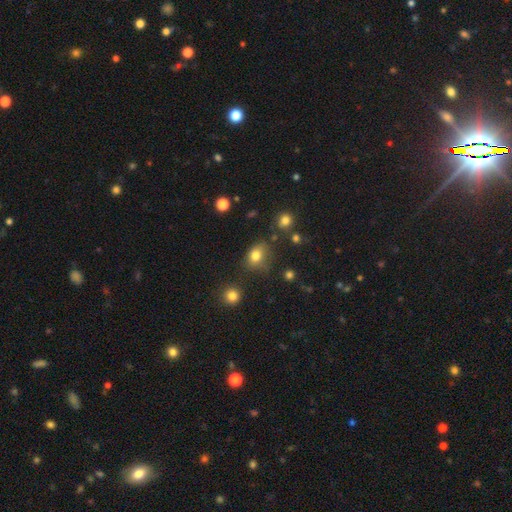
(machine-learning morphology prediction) This is likely a smooth galaxy (80%). How rounded: possibly in between (56%). Merging: likely none (64%).